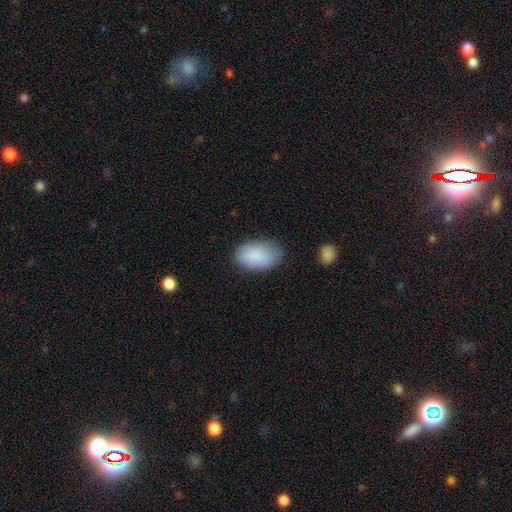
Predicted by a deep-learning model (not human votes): A smooth galaxy with no disk features (87%) that is in between round and cigar-shaped (92%).

Vote fractions:
- Smooth or featured? smooth: 87% / star or artifact: 7% / featured or disk: 6%
- How rounded? in between: 92% / round: 6% / cigar-shaped: 1%
- Merging? none: 70% / minor disturbance: 22% / major disturbance: 6% / merger: 2%